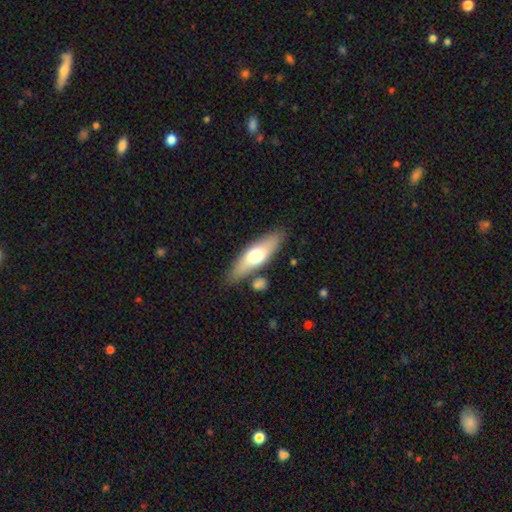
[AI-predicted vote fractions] smooth_or_featured: smooth (p=0.57) [alt: featured or disk p=0.37]
how_rounded: cigar-shaped (p=0.52) [alt: in between p=0.46]
merging: none (p=0.80) [alt: minor disturbance p=0.11]